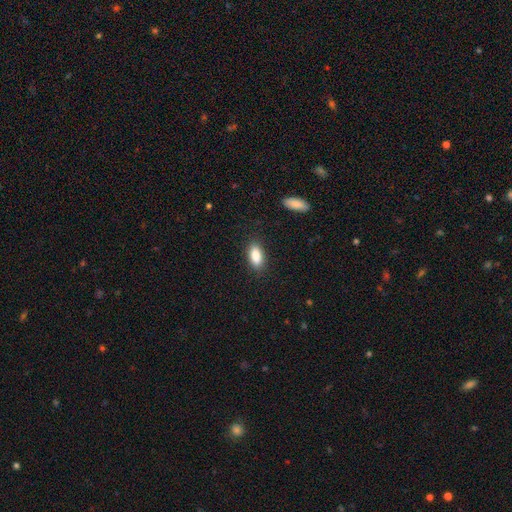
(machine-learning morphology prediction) Smooth or featured?
  - smooth: 87% *
  - star or artifact: 7%
  - featured or disk: 6%
How rounded?
  - in between: 87% *
  - cigar-shaped: 9%
  - round: 4%
Merging?
  - none: 87% *
  - minor disturbance: 9%
  - major disturbance: 2%
  - merger: 1%